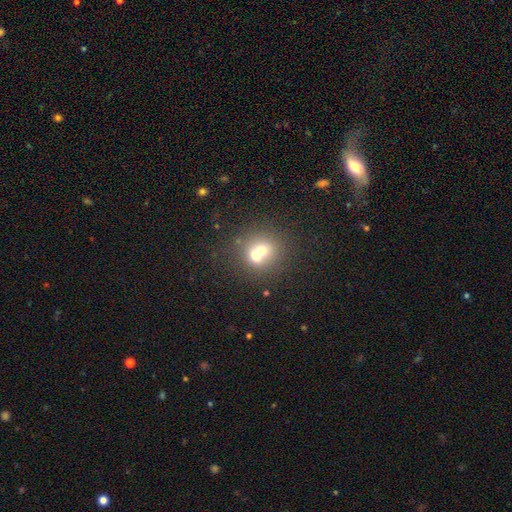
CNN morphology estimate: Smooth or featured: smooth — 61% (featured or disk — 25%)
How rounded: round — 82% (in between — 17%)
Merging: merger — 59% (none — 32%)